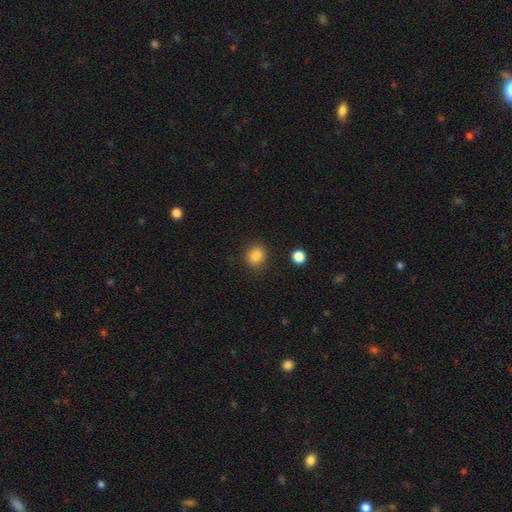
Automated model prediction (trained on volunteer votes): A smooth galaxy with no disk features (86%) that is round (72%).

Vote fractions:
- Smooth or featured? smooth: 86% / star or artifact: 10% / featured or disk: 4%
- How rounded? round: 72% / in between: 27% / cigar-shaped: 1%
- Merging? none: 85% / minor disturbance: 9% / major disturbance: 3% / merger: 2%